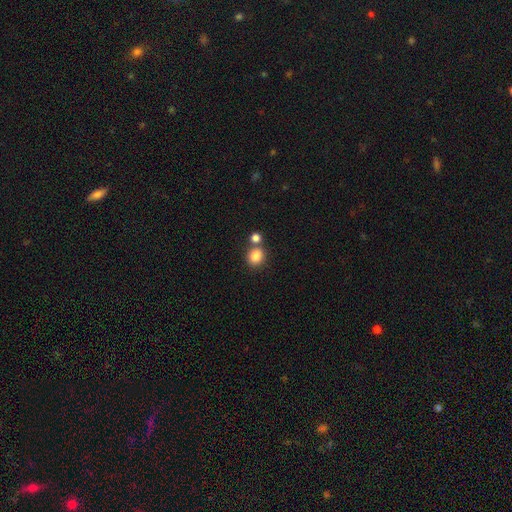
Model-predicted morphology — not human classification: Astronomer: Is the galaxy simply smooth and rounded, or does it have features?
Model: smooth — 85%.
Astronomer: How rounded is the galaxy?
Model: round — 76%.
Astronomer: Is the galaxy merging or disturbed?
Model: none — 62%.